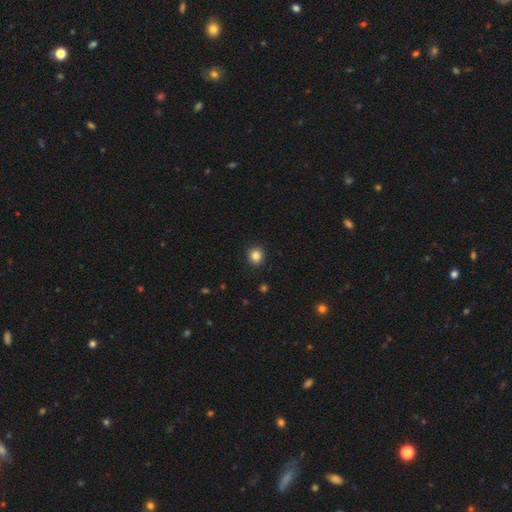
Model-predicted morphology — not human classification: Smooth or featured? Predicted: smooth (p=0.85). How rounded? Predicted: round (p=0.89). Merging? Predicted: none (p=0.92).